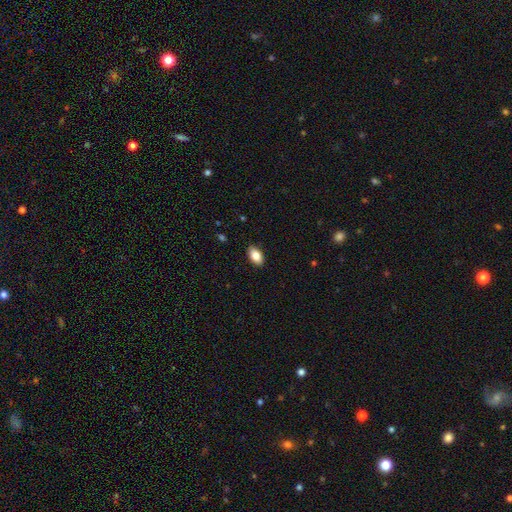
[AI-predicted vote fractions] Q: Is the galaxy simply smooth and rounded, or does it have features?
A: smooth — 84%.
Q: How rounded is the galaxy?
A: in between — 92%.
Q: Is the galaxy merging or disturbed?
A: none — 89%.